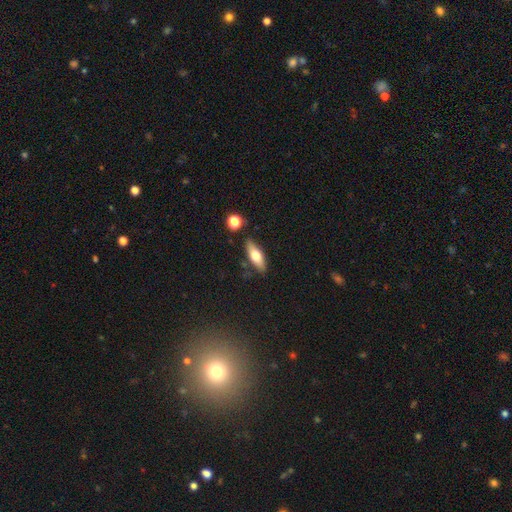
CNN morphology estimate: Smooth or featured? Predicted: smooth (p=0.61). How rounded? Predicted: in between (p=0.59). Merging? Predicted: none (p=0.79).